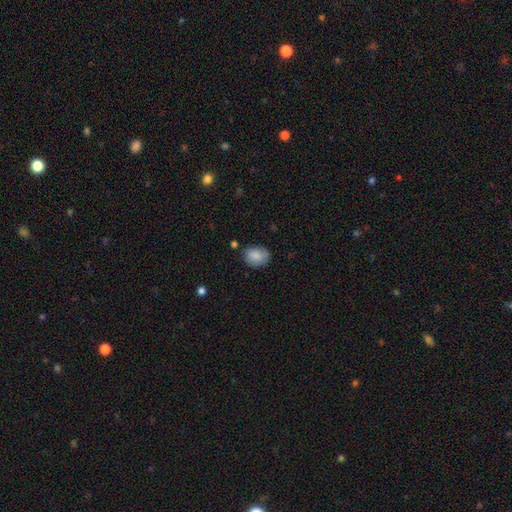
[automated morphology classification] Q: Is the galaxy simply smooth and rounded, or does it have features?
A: smooth — 86%.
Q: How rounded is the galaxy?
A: in between — 62%.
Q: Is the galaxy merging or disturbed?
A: none — 73%.